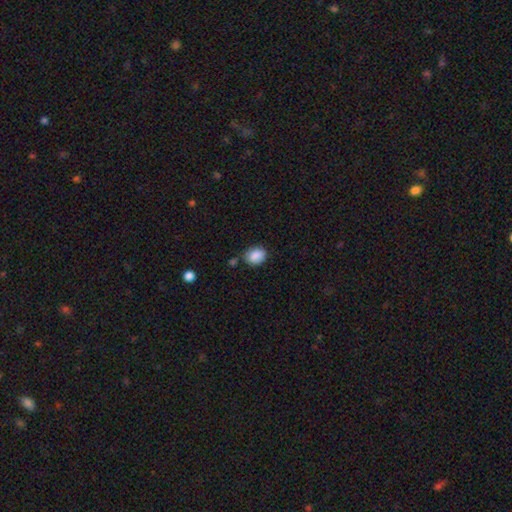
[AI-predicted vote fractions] This appears to be a smooth galaxy with no disk features (88%) that is in between round and cigar-shaped (51%). Merging: none (74%).